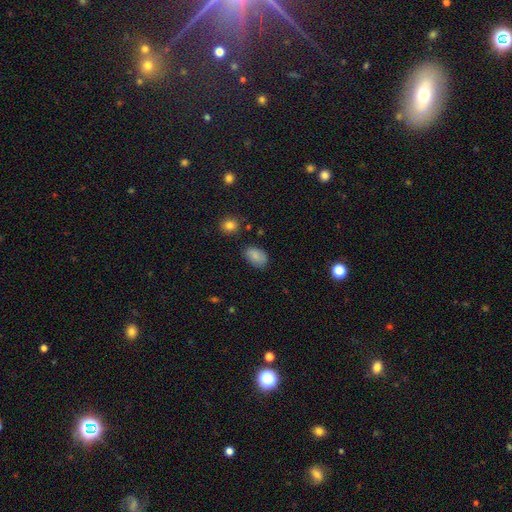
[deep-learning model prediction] A smooth galaxy with no disk features (84%) that is in between round and cigar-shaped (90%).

Vote fractions:
- Smooth or featured? smooth: 84% / star or artifact: 8% / featured or disk: 8%
- How rounded? in between: 90% / round: 9% / cigar-shaped: 1%
- Merging? none: 77% / minor disturbance: 17% / major disturbance: 4% / merger: 2%